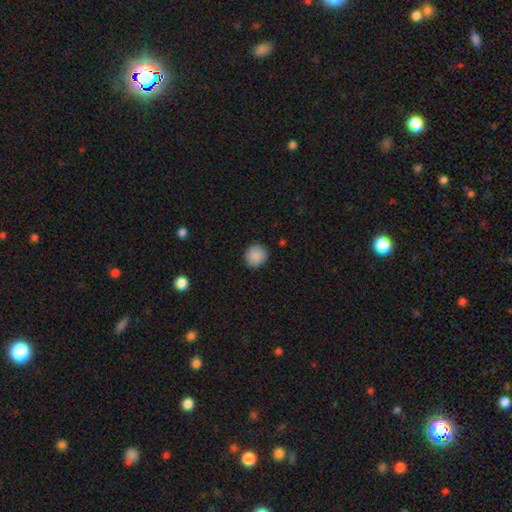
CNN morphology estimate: smooth_or_featured: smooth (p=0.89) [alt: star or artifact p=0.08]
how_rounded: round (p=0.89) [alt: in between p=0.10]
merging: none (p=0.88) [alt: minor disturbance p=0.09]